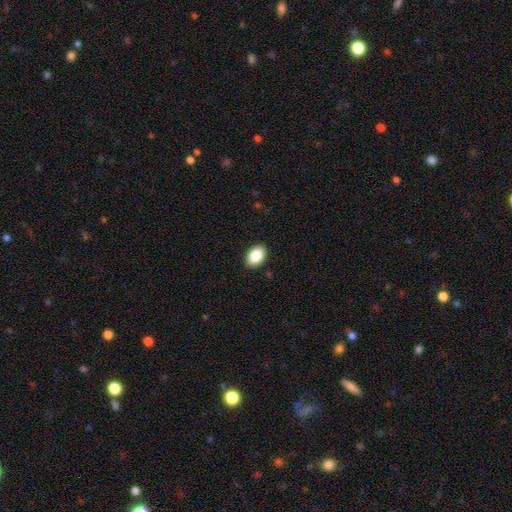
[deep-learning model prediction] The model was most divided on "how rounded": in between: 88%, round: 11%, cigar-shaped: 1%. More confident: merging — none (89%); smooth or featured — smooth (86%).